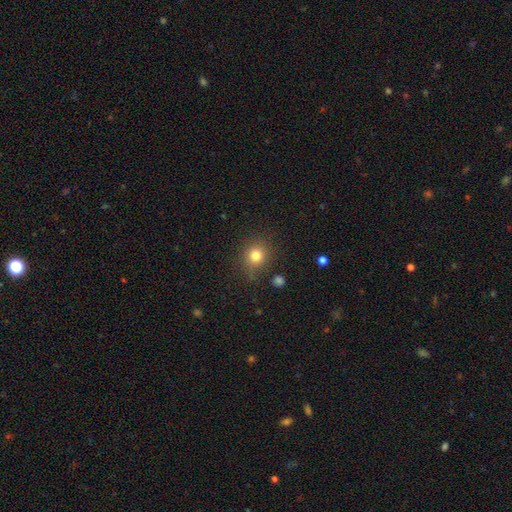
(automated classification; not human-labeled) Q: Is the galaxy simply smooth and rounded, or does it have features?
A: smooth — 79%.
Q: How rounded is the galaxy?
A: round — 83%.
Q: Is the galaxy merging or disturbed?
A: none — 83%.